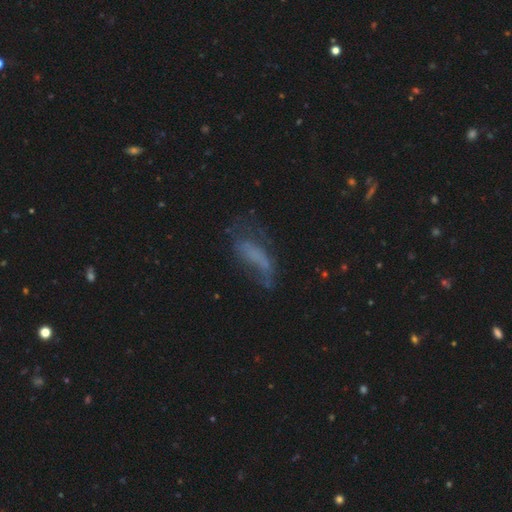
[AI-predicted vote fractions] A smooth galaxy with no disk features (43%).

Vote fractions:
- Smooth or featured? smooth: 43% / featured or disk: 40% / star or artifact: 16%
- Merging? none: 36% / major disturbance: 35% / minor disturbance: 25% / merger: 5%